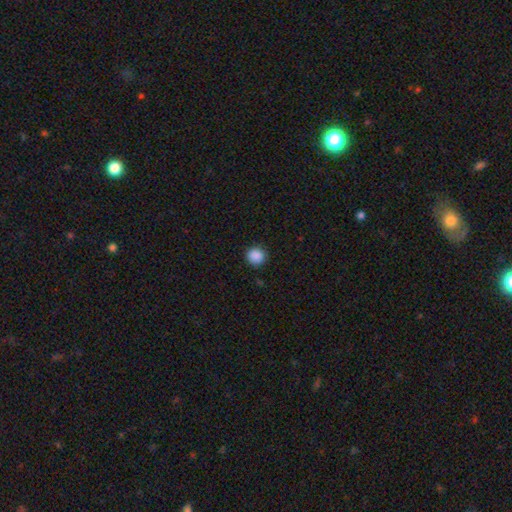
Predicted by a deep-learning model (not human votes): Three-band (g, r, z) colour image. It shows a smooth galaxy with no disk features (88%) that is round (92%). Merging: none (89%).